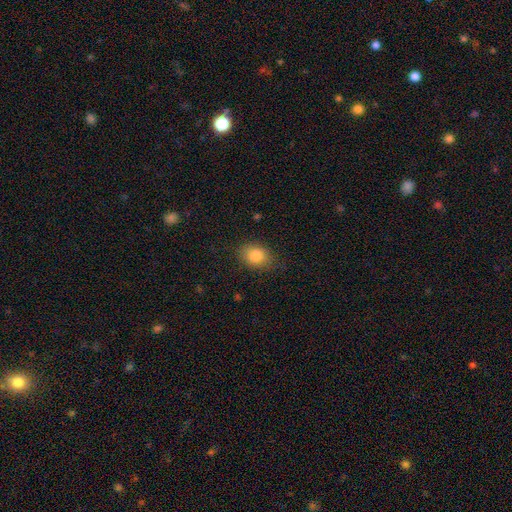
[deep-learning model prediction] Smooth or featured: smooth — 82% (star or artifact — 9%)
How rounded: in between — 59% (round — 40%)
Merging: none — 79% (minor disturbance — 16%)